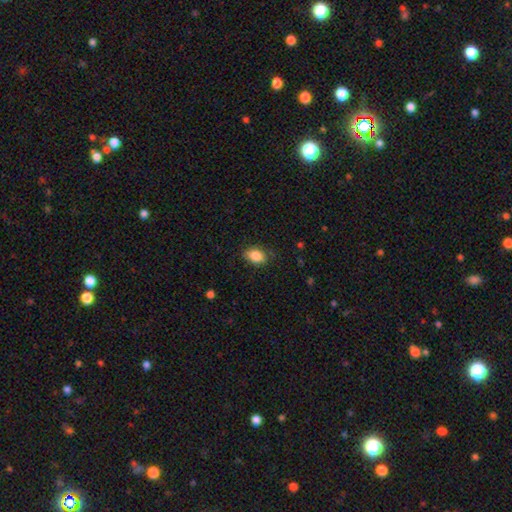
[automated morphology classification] smooth_or_featured: smooth (p=0.85) [alt: star or artifact p=0.08]
how_rounded: in between (p=0.82) [alt: round p=0.16]
merging: none (p=0.79) [alt: minor disturbance p=0.16]